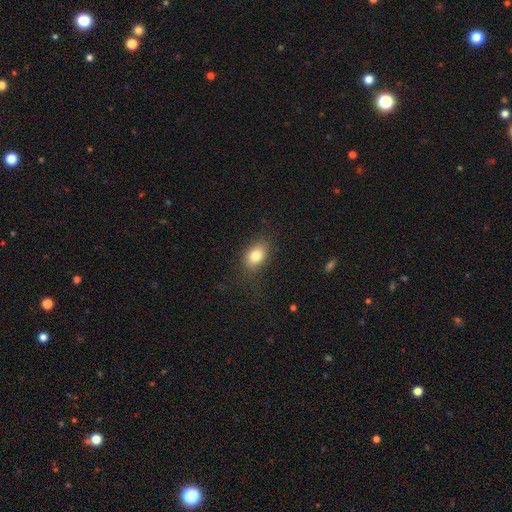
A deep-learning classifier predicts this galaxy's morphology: Overall: smooth (81%). How rounded: in between (77%). Merging: none (79%).